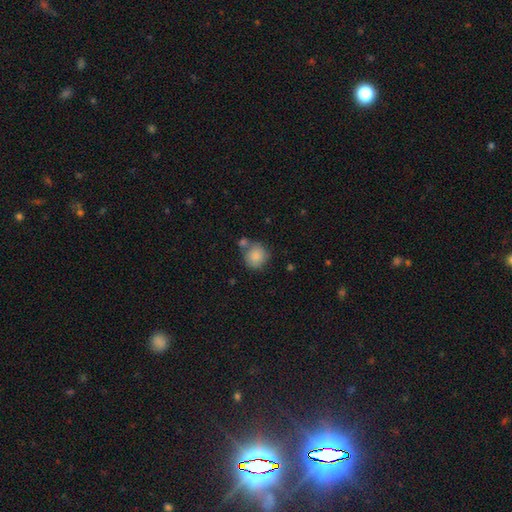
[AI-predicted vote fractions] Morphology: type=smooth (86%); roundness=round (87%); merging=none (60%).